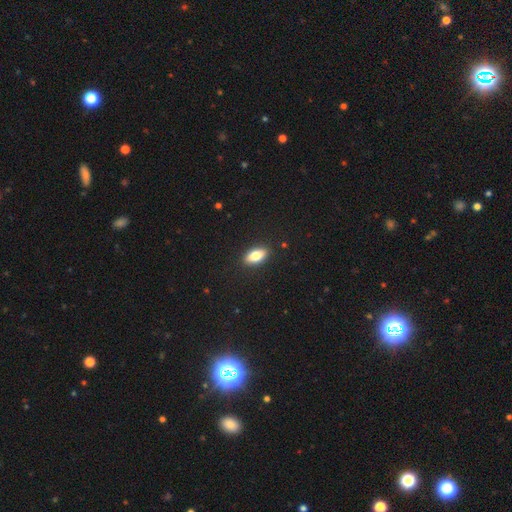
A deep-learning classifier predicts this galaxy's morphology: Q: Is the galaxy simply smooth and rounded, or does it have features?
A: smooth — 77%.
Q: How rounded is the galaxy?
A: in between — 84%.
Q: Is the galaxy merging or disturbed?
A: none — 89%.